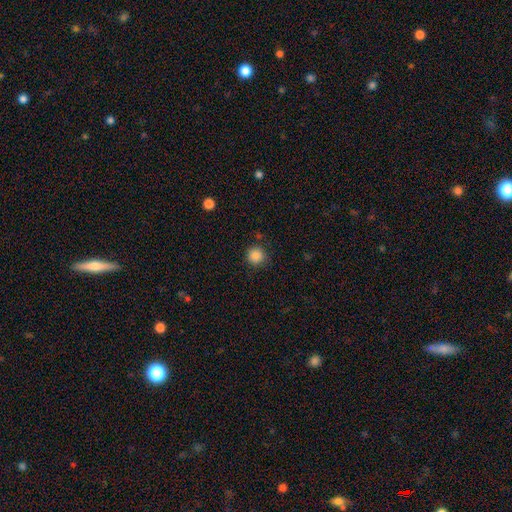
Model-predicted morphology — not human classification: The model was most divided on "smooth or featured": smooth: 86%, star or artifact: 11%, featured or disk: 3%. More confident: how rounded — round (93%); merging — none (86%).